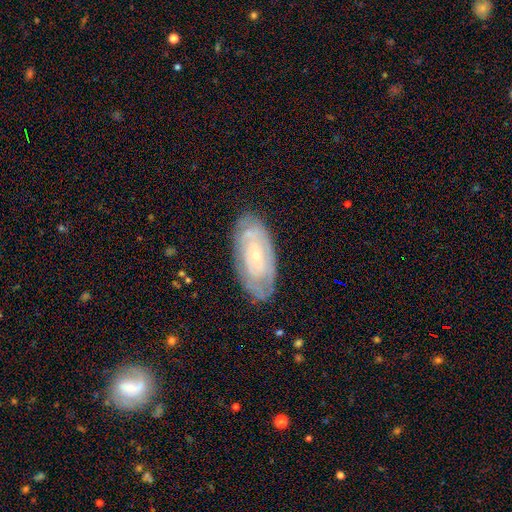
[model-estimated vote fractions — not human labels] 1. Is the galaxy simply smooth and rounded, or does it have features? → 70% featured or disk, 23% smooth, 6% star or artifact.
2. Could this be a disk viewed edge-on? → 92% no, 8% yes.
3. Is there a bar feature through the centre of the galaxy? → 74% no, 21% weak, 5% strong.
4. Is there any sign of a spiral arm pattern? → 74% yes, 26% no.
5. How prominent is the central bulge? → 75% small, 20% moderate, 2% none, 1% large, 1% dominant.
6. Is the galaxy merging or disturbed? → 75% none, 18% minor disturbance, 5% major disturbance, 2% merger.